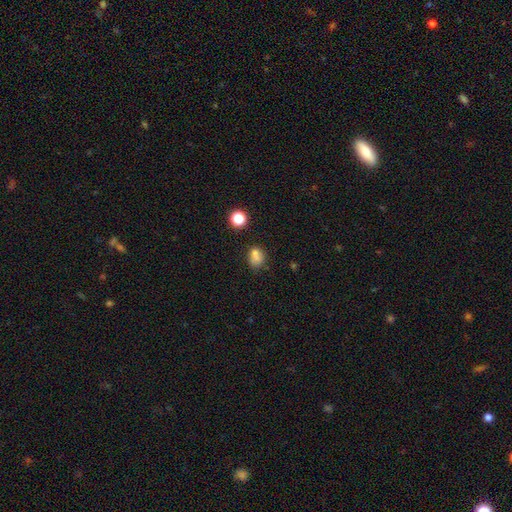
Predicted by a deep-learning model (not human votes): Smooth or featured: smooth — 75% (star or artifact — 15%)
How rounded: round — 50% (in between — 49%)
Merging: none — 55% (merger — 20%)